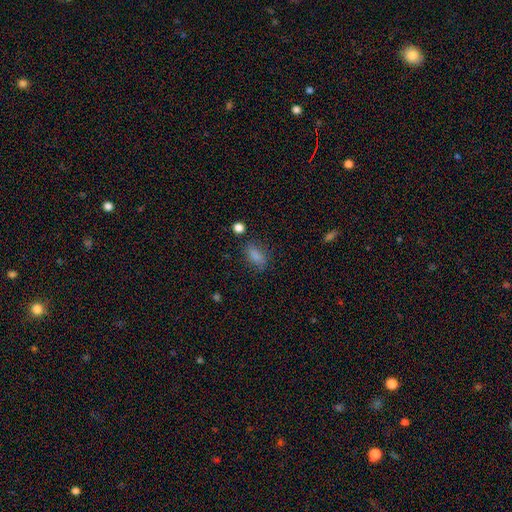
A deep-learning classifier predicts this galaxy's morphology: Smooth or featured? smooth (82%)
How rounded? in between (83%)
Merging? none (73%)